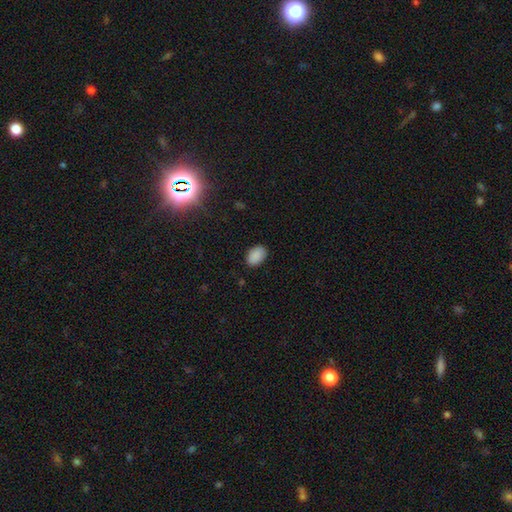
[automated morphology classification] smooth 88%, star or artifact 8%, featured or disk 3%. Down the decision tree: how rounded — in between (87%); merging — none (86%).